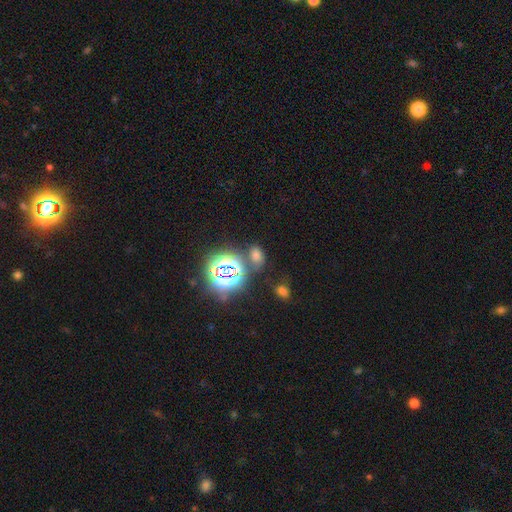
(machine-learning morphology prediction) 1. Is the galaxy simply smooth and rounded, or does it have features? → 51% smooth, 41% star or artifact, 8% featured or disk.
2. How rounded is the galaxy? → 78% in between, 20% round, 2% cigar-shaped.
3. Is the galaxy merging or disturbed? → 67% none, 14% minor disturbance, 11% merger, 7% major disturbance.